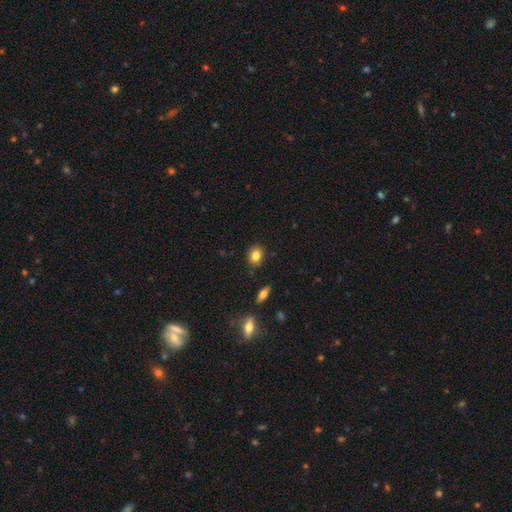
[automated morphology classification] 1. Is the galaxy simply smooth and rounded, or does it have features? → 83% smooth, 9% star or artifact, 8% featured or disk.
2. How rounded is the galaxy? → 51% round, 48% in between, 1% cigar-shaped.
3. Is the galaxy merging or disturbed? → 84% none, 11% minor disturbance, 2% major disturbance, 2% merger.